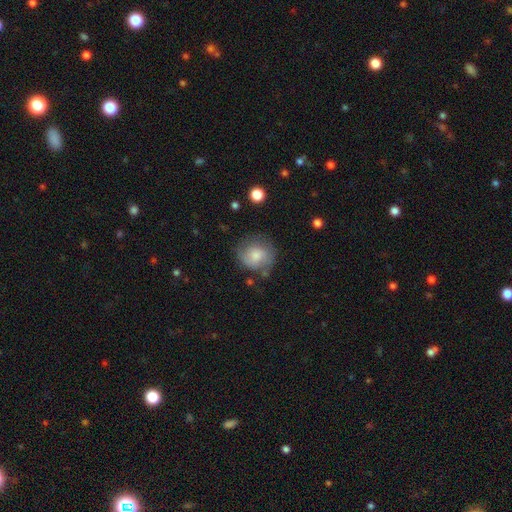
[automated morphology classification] A smooth galaxy with no disk features (67%) that is round (83%).

Vote fractions:
- Smooth or featured? smooth: 67% / featured or disk: 25% / star or artifact: 8%
- How rounded? round: 83% / in between: 16% / cigar-shaped: 1%
- Merging? none: 62% / minor disturbance: 25% / major disturbance: 10% / merger: 3%